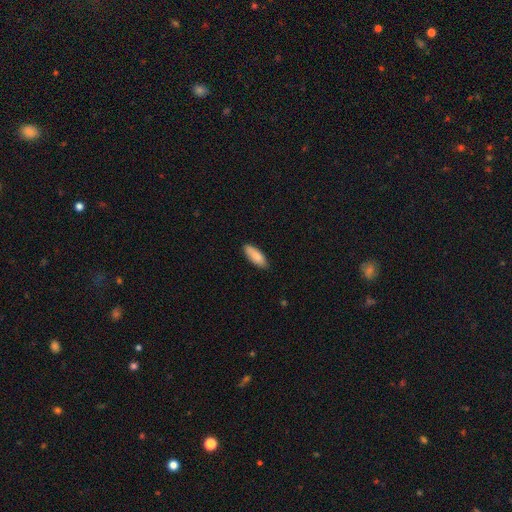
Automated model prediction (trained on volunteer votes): smooth 86%, featured or disk 8%, star or artifact 6%. Down the decision tree: how rounded — in between (75%); merging — none (83%).